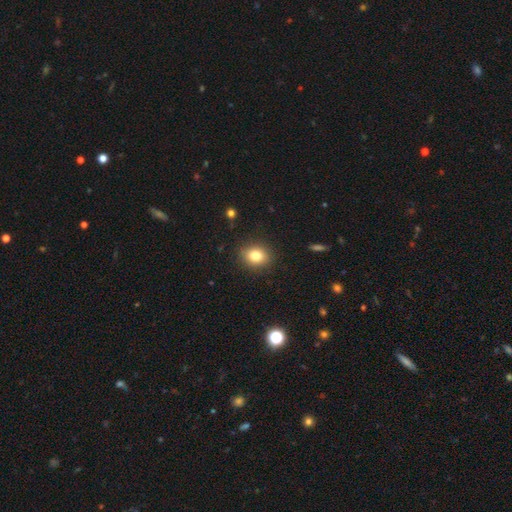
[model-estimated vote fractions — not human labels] A smooth galaxy with no disk features (81%) that is round (57%). Merging: none (88%).